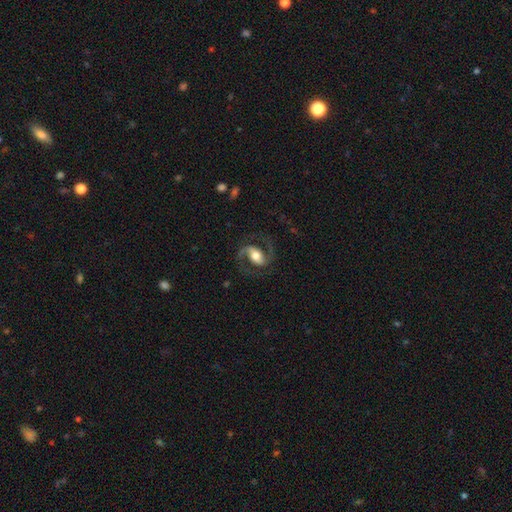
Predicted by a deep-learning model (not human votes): smooth-or-featured: featured or disk: 86% | smooth: 9% | star or artifact: 5%
  disk-edge-on: no: 97% | yes: 3%
    bar: strong: 38% | weak: 37% | no: 25%
    has-spiral-arms: yes: 96% | no: 4%
      spiral-winding: medium: 59% | loose: 27% | tight: 14%
      spiral-arm-count: 2: 92% | 1: 3% | can't tell: 2% | 3: 1% | 4: 1% | more than 4: 1%
    bulge-size: moderate: 62% | large: 23% | small: 11% | dominant: 2% | none: 2%
  merging: none: 75% | minor disturbance: 13% | major disturbance: 11% | merger: 1%